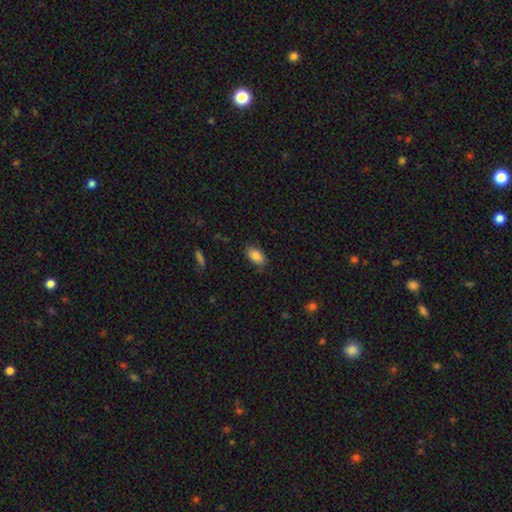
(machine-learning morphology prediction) This appears to be a smooth galaxy with no disk features (86%) that is in between round and cigar-shaped (92%). Merging: none (83%).